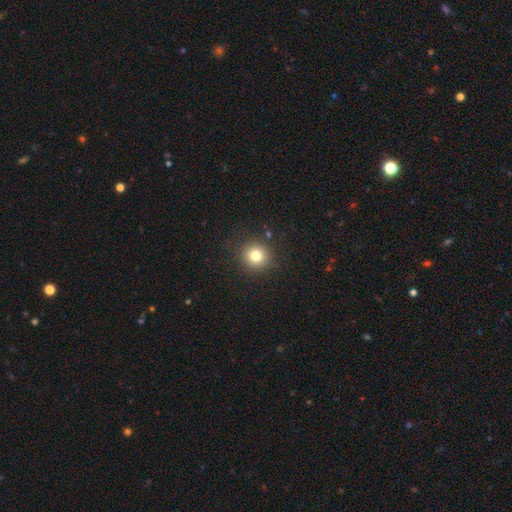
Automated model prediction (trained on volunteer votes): Q: Smooth or featured?
A: smooth (79%); runner-up: star or artifact (13%)
Q: How rounded?
A: round (94%); runner-up: in between (5%)
Q: Merging?
A: none (88%); runner-up: minor disturbance (7%)